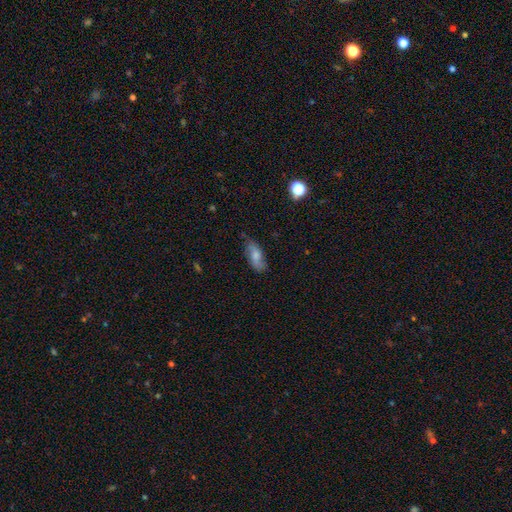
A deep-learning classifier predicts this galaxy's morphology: A smooth galaxy with no disk features (53%) that is in between round and cigar-shaped (77%). Merging: none (70%).